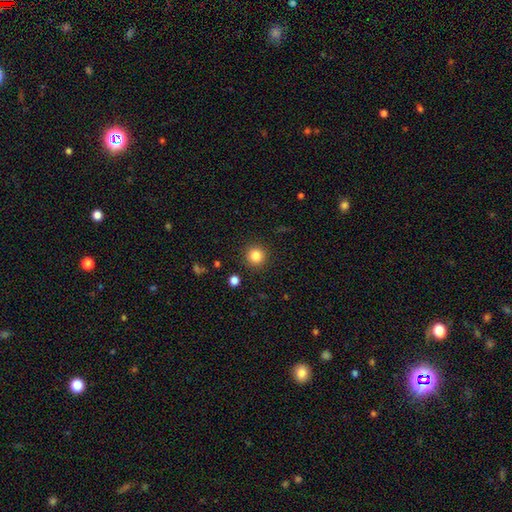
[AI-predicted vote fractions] Smooth or featured: smooth — 84% (star or artifact — 11%)
How rounded: round — 95% (in between — 4%)
Merging: none — 91% (minor disturbance — 5%)